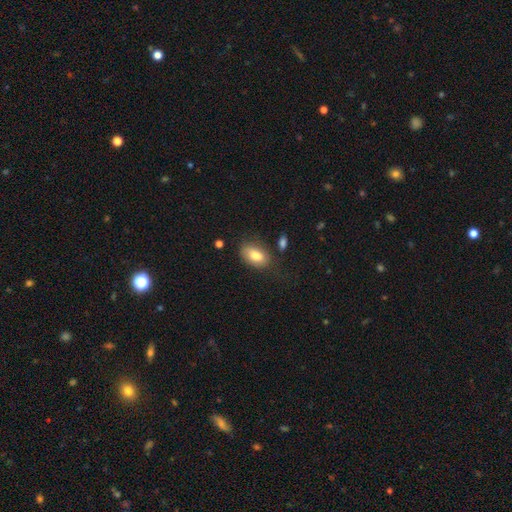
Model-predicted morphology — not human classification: Smooth or featured: smooth — 80% (featured or disk — 13%)
How rounded: in between — 91% (round — 6%)
Merging: none — 67% (minor disturbance — 21%)